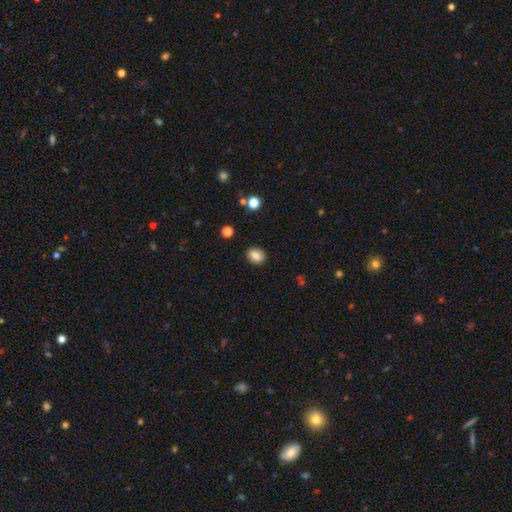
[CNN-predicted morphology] A smooth galaxy with no disk features (83%) that is in between round and cigar-shaped (51%). Merging: none (86%).